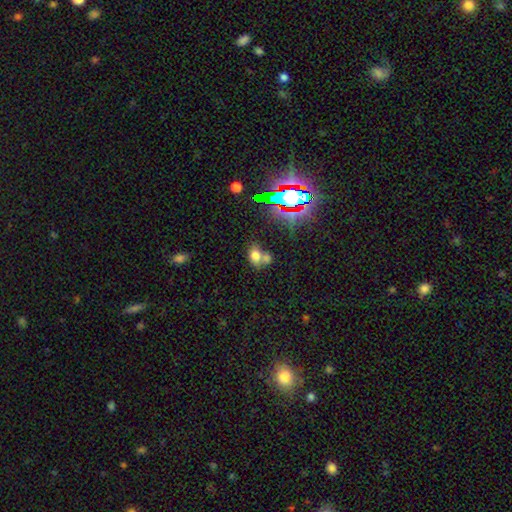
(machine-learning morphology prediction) Overall: smooth (68%). How rounded: in between (69%). Merging: merger (44%; none 37%).